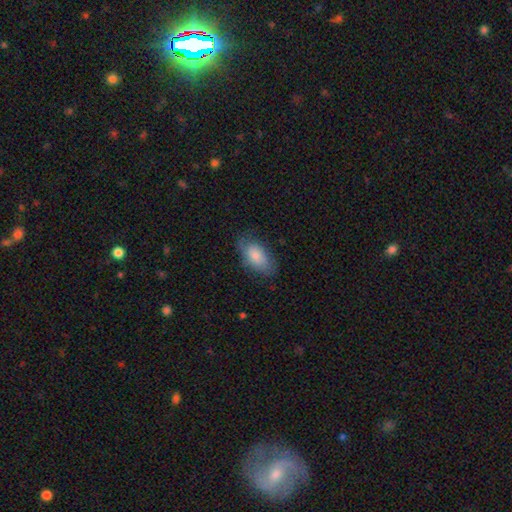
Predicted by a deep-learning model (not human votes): smooth 79%, featured or disk 15%, star or artifact 6%. Down the decision tree: how rounded — in between (93%); merging — none (68%).